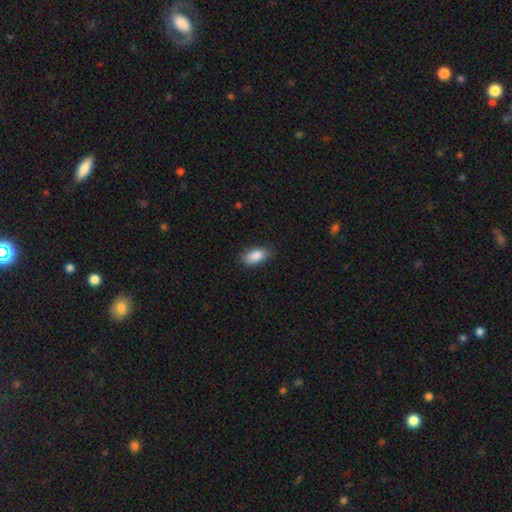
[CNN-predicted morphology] Q: Smooth or featured?
A: smooth (88%); runner-up: star or artifact (7%)
Q: How rounded?
A: in between (91%); runner-up: cigar-shaped (6%)
Q: Merging?
A: none (81%); runner-up: minor disturbance (15%)